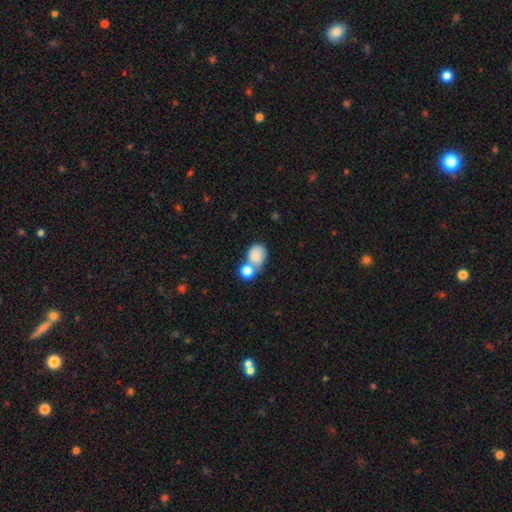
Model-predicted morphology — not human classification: A smooth galaxy with no disk features (81%) that is in between round and cigar-shaped (53%).

Vote fractions:
- Smooth or featured? smooth: 81% / featured or disk: 10% / star or artifact: 9%
- How rounded? in between: 53% / round: 45% / cigar-shaped: 1%
- Merging? merger: 47% / none: 32% / minor disturbance: 13% / major disturbance: 7%